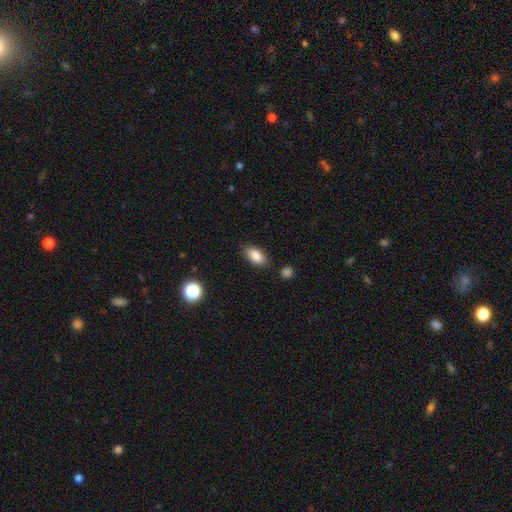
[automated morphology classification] Q: Smooth or featured?
A: smooth (87%); runner-up: star or artifact (8%)
Q: How rounded?
A: in between (91%); runner-up: round (5%)
Q: Merging?
A: none (84%); runner-up: minor disturbance (11%)